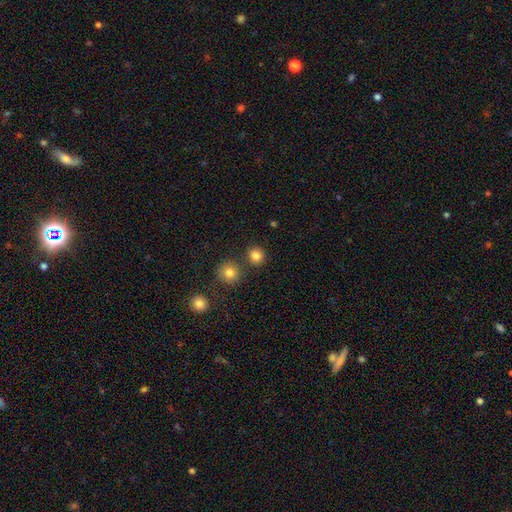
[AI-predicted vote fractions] smooth-or-featured: smooth: 83% | star or artifact: 13% | featured or disk: 5%
  how-rounded: round: 90% | in between: 9% | cigar-shaped: 1%
  merging: none: 82% | merger: 9% | minor disturbance: 7% | major disturbance: 2%